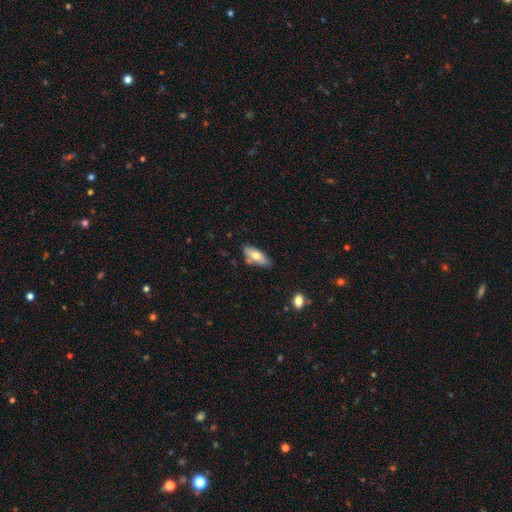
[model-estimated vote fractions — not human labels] This appears to be a smooth galaxy with no disk features (67%) that is in between round and cigar-shaped (76%). Merging: none (72%).